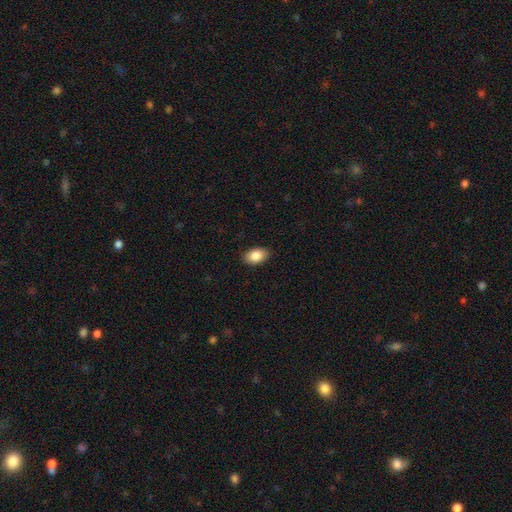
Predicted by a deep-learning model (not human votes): This appears to be a smooth galaxy with no disk features (86%) that is in between round and cigar-shaped (90%). Merging: none (88%).